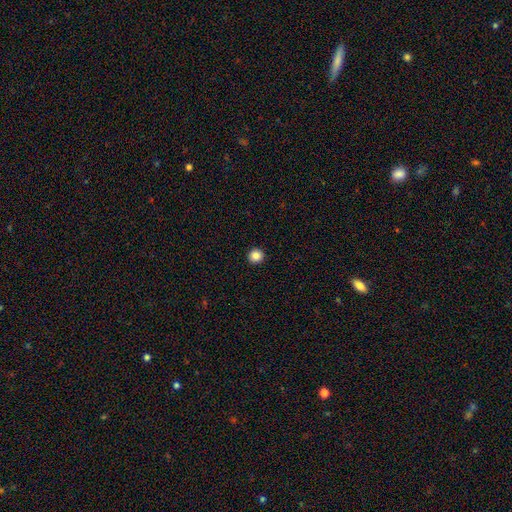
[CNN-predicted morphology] A smooth galaxy with no disk features (86%) that is round (96%).

Vote fractions:
- Smooth or featured? smooth: 86% / star or artifact: 10% / featured or disk: 4%
- How rounded? round: 96% / in between: 3% / cigar-shaped: 1%
- Merging? none: 94% / minor disturbance: 4% / major disturbance: 1% / merger: 1%